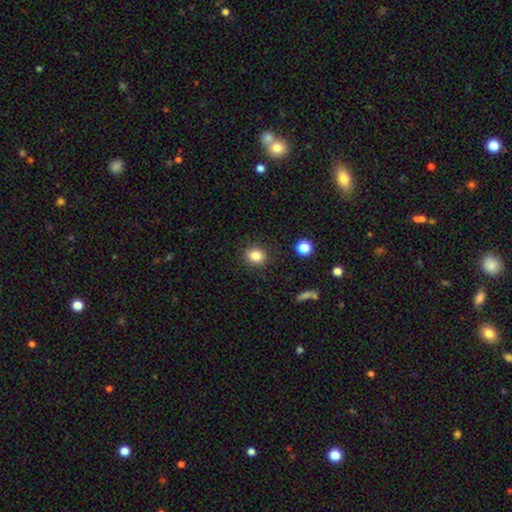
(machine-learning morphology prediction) Smooth or featured?
  - smooth: 84% *
  - star or artifact: 11%
  - featured or disk: 5%
How rounded?
  - round: 76% *
  - in between: 23%
  - cigar-shaped: 1%
Merging?
  - none: 88% *
  - minor disturbance: 8%
  - major disturbance: 3%
  - merger: 2%